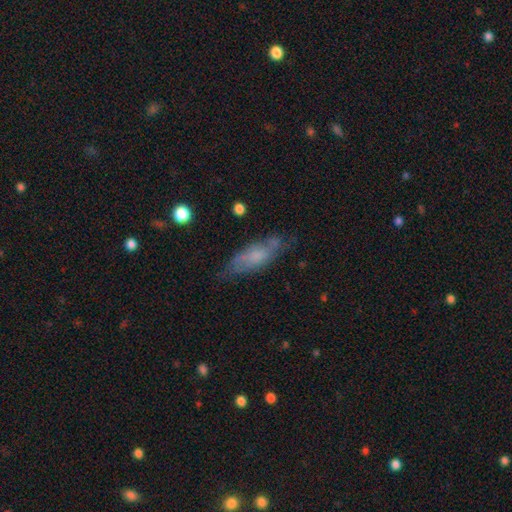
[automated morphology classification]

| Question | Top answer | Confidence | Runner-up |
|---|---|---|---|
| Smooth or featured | smooth | 51% | featured or disk (41%) |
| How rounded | in between | 55% | cigar-shaped (43%) |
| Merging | none | 64% | minor disturbance (25%) |